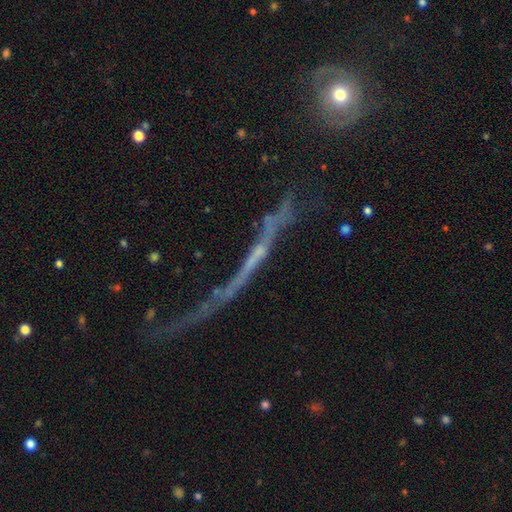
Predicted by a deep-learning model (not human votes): Overall: featured or disk (59%; star or artifact 22%). Edge-on disk: yes (63%; no 37%). Merging: major disturbance (37%; none 33%).